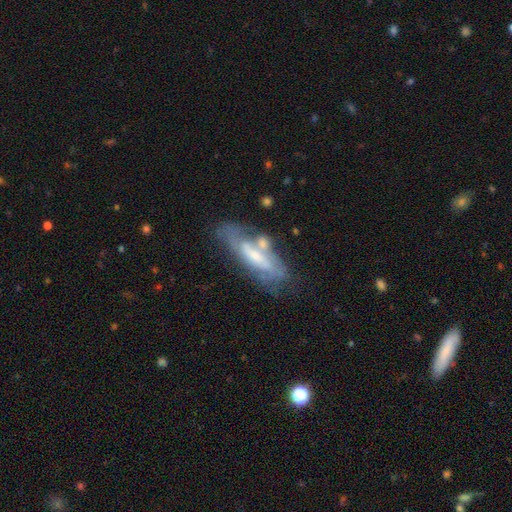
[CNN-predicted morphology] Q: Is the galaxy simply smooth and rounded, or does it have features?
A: featured or disk — 63%.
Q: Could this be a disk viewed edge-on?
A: no — 73%.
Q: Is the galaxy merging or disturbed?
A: none — 45%.